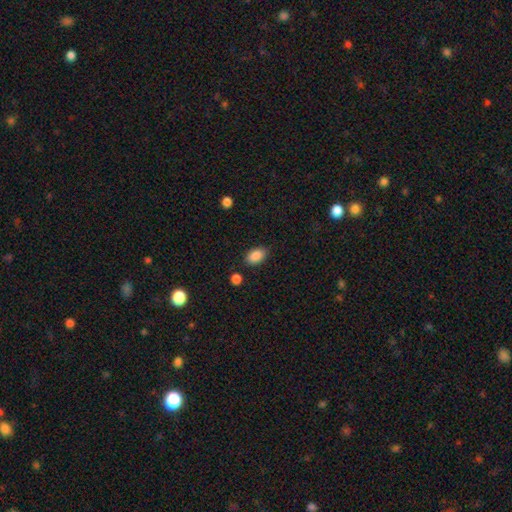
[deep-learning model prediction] Smooth or featured: smooth — 88% (star or artifact — 8%)
How rounded: in between — 90% (round — 8%)
Merging: none — 82% (minor disturbance — 12%)